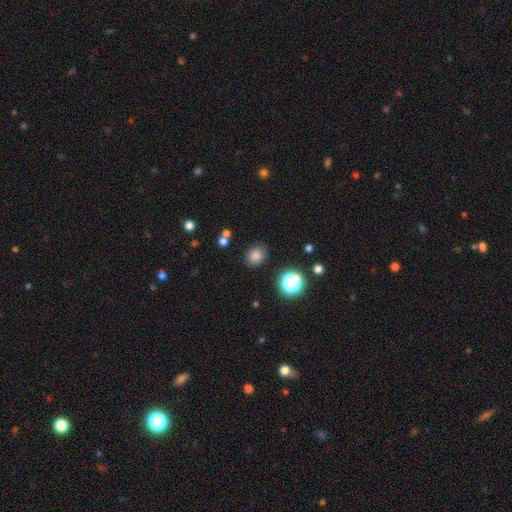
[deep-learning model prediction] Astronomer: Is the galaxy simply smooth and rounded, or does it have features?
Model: smooth — 79%.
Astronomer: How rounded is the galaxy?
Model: round — 64%.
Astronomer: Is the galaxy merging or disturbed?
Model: none — 84%.